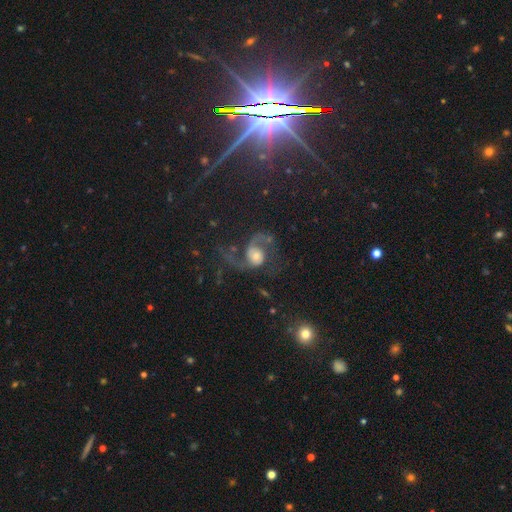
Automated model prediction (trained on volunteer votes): The model was most divided on "spiral winding": loose: 49%, medium: 42%, tight: 9%. Remaining: edge-on disk — no (98%); spiral arms — yes (94%); spiral arm count — 2 (84%); smooth or featured — featured or disk (78%); bar — no (70%); merging — none (48%); bulge size — moderate (47%).